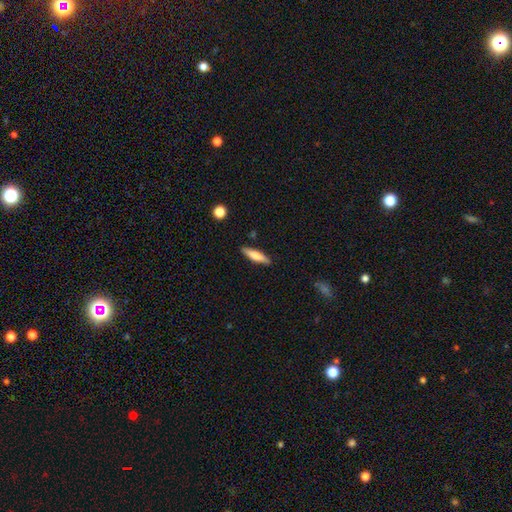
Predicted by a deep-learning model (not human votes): Smooth or featured: smooth — 64% (featured or disk — 30%)
How rounded: cigar-shaped — 73% (in between — 25%)
Merging: none — 87% (minor disturbance — 9%)